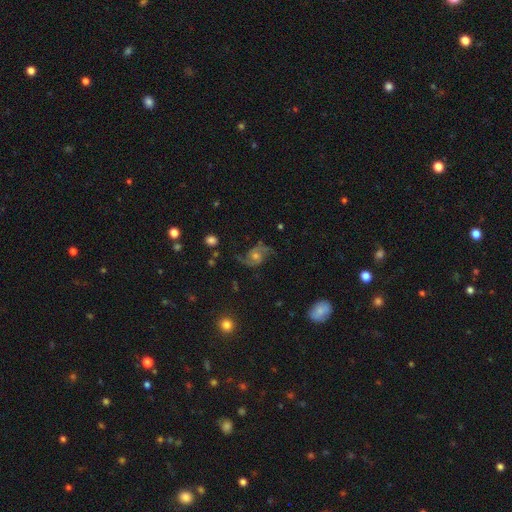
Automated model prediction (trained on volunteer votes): smooth_or_featured: featured or disk (p=0.85) [alt: star or artifact p=0.08]
disk_edge_on: no (p=0.97) [alt: yes p=0.03]
bar: no (p=0.66) [alt: weak p=0.28]
has_spiral_arms: yes (p=0.97) [alt: no p=0.03]
spiral_winding: loose (p=0.50) [alt: medium p=0.40]
spiral_arm_count: 2 (p=0.90) [alt: can't tell p=0.03]
bulge_size: moderate (p=0.53) [alt: small p=0.38]
merging: none (p=0.71) [alt: minor disturbance p=0.17]